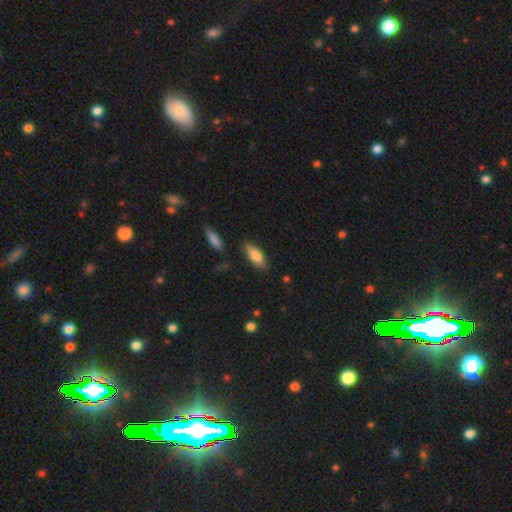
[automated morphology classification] A smooth galaxy with no disk features (81%) that is in between round and cigar-shaped (74%). Merging: none (81%).